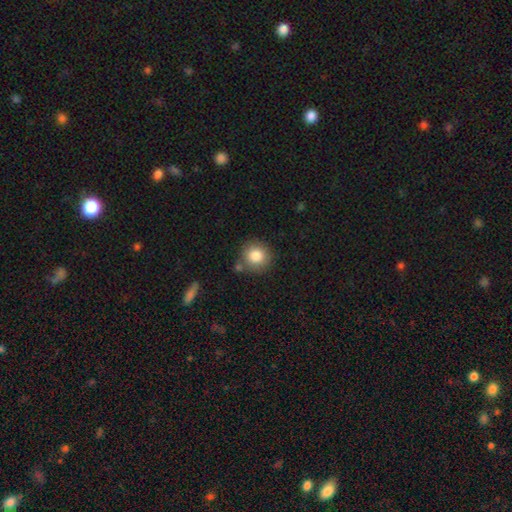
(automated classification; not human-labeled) A smooth galaxy with no disk features (85%) that is round (91%). Merging: none (77%).